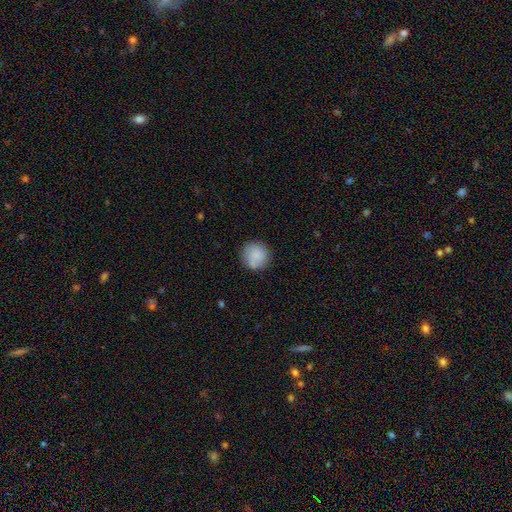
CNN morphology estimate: Overall: smooth (87%). How rounded: round (92%). Merging: none (85%).